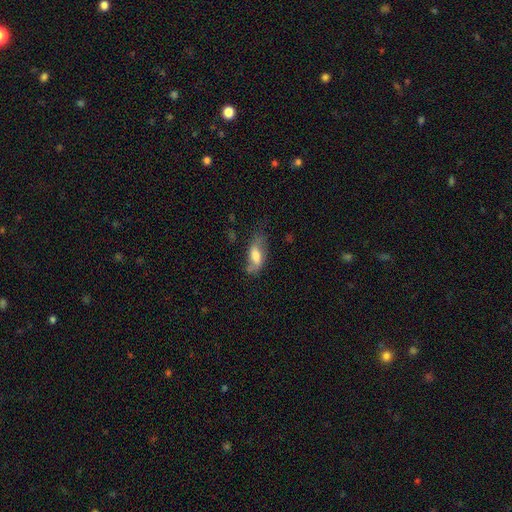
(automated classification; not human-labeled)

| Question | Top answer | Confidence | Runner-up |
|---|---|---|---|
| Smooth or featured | smooth | 59% | featured or disk (33%) |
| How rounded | in between | 79% | cigar-shaped (17%) |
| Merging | none | 46% | minor disturbance (33%) |